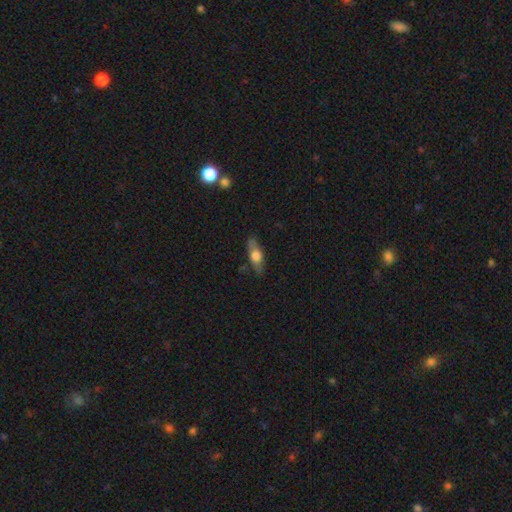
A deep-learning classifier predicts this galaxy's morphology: Smooth or featured?
  - smooth: 54% *
  - featured or disk: 39%
  - star or artifact: 7%
How rounded?
  - in between: 58% *
  - cigar-shaped: 36%
  - round: 6%
Merging?
  - none: 77% *
  - minor disturbance: 17%
  - major disturbance: 4%
  - merger: 2%